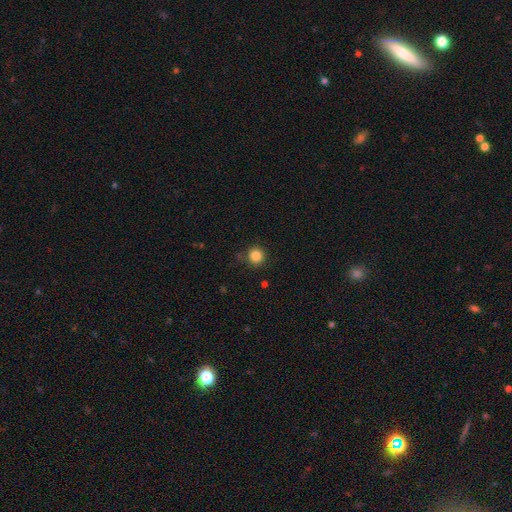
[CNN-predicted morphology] smooth-or-featured: smooth: 85% | star or artifact: 11% | featured or disk: 4%
  how-rounded: round: 93% | in between: 6% | cigar-shaped: 1%
  merging: none: 87% | minor disturbance: 8% | major disturbance: 2% | merger: 2%